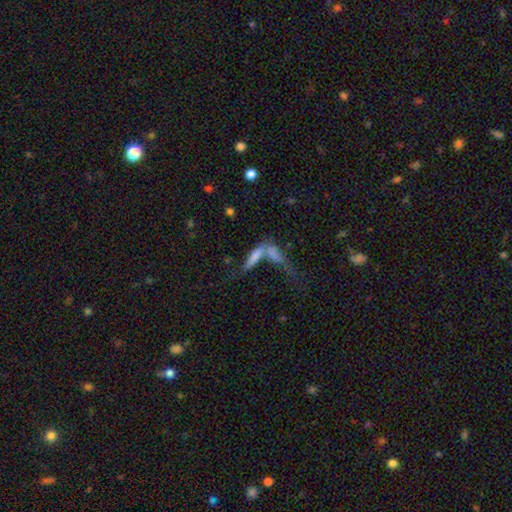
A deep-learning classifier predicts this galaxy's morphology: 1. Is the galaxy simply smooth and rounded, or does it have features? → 57% smooth, 30% featured or disk, 12% star or artifact.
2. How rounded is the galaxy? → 68% cigar-shaped, 29% in between, 4% round.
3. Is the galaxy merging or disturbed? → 58% merger, 22% none, 11% major disturbance, 9% minor disturbance.